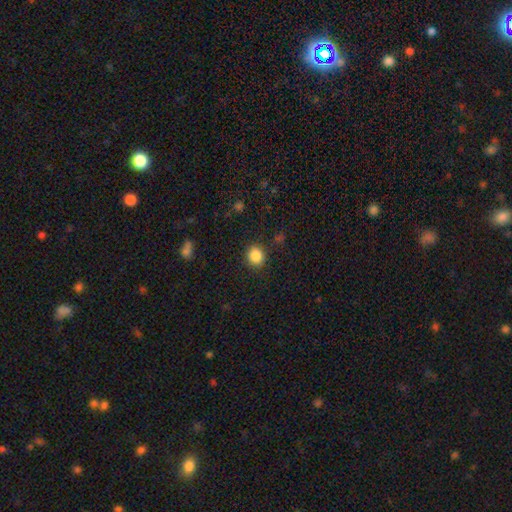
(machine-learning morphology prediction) Overall: smooth (86%). How rounded: round (80%). Merging: none (89%).